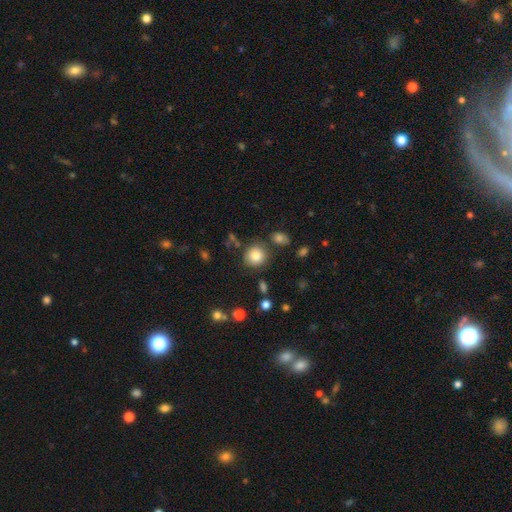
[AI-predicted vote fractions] smooth 83%, star or artifact 10%, featured or disk 7%. Down the decision tree: how rounded — round (87%); merging — none (80%).